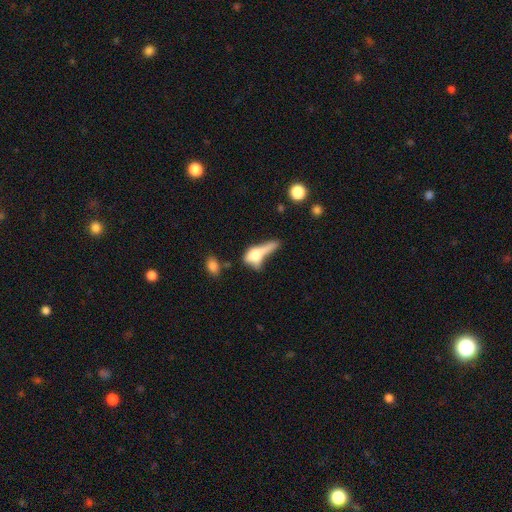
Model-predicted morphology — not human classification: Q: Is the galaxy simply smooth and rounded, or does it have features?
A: smooth — 57%.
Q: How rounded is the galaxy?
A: in between — 53%.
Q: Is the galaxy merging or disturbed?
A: major disturbance — 33%, tied with merger.